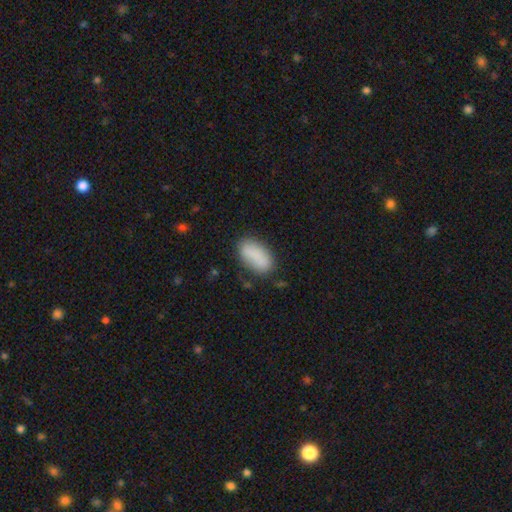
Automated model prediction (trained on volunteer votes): Smooth or featured?
  - smooth: 84% *
  - featured or disk: 9%
  - star or artifact: 7%
How rounded?
  - in between: 91% *
  - cigar-shaped: 5%
  - round: 4%
Merging?
  - none: 73% *
  - minor disturbance: 18%
  - major disturbance: 5%
  - merger: 4%